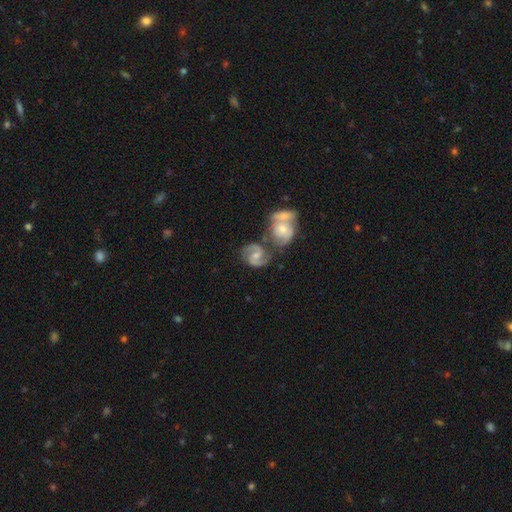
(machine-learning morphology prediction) This appears to be a featured or disk galaxy (86%) with a weak bar (44%), 2 (91%) medium (61%) spiral arms (97%) and a moderate central bulge (48%). Merging: none (44%).